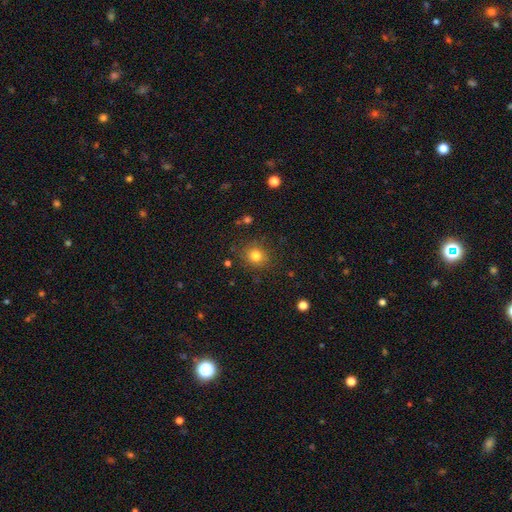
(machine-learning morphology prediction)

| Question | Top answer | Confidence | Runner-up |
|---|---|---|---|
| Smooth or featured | smooth | 79% | star or artifact (14%) |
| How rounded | round | 81% | in between (18%) |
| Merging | none | 85% | minor disturbance (10%) |